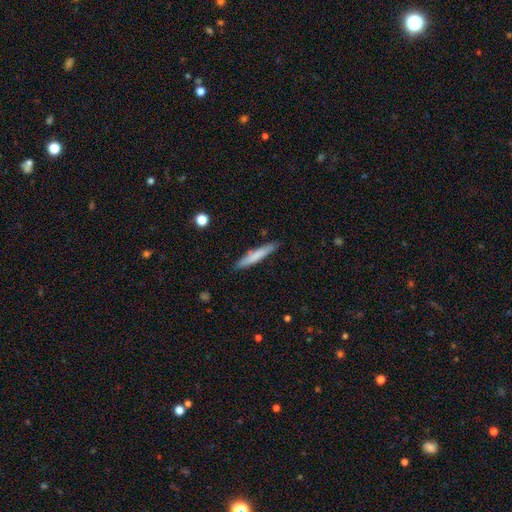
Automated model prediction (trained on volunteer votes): Smooth or featured: smooth — 73% (featured or disk — 21%)
How rounded: cigar-shaped — 93% (in between — 6%)
Merging: none — 88% (minor disturbance — 9%)